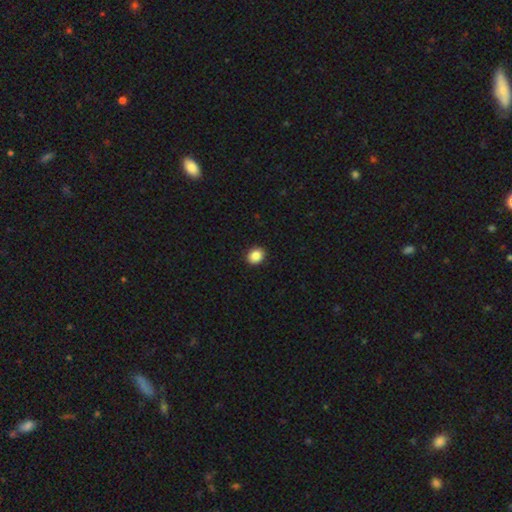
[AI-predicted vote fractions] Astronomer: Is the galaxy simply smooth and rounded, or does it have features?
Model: smooth — 87%.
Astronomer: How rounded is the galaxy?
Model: round — 63%.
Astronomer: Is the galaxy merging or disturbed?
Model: none — 92%.